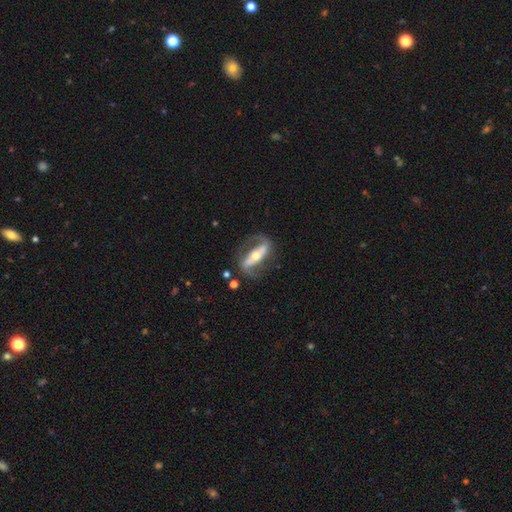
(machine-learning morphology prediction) Smooth or featured: featured or disk — 82% (smooth — 13%)
Edge-on disk: no — 84% (yes — 16%)
Bar: strong — 65% (no — 18%)
Spiral arms: yes — 85% (no — 15%)
Spiral winding: medium — 41% (loose — 37%)
Spiral arm count: 2 — 87% (can't tell — 6%)
Bulge size: moderate — 58% (small — 33%)
Merging: none — 70% (minor disturbance — 15%)